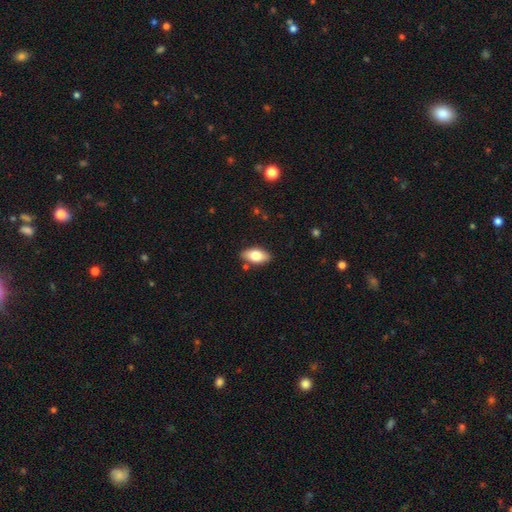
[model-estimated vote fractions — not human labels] smooth_or_featured: smooth (p=0.77) [alt: featured or disk p=0.16]
how_rounded: in between (p=0.91) [alt: cigar-shaped p=0.05]
merging: none (p=0.85) [alt: minor disturbance p=0.10]